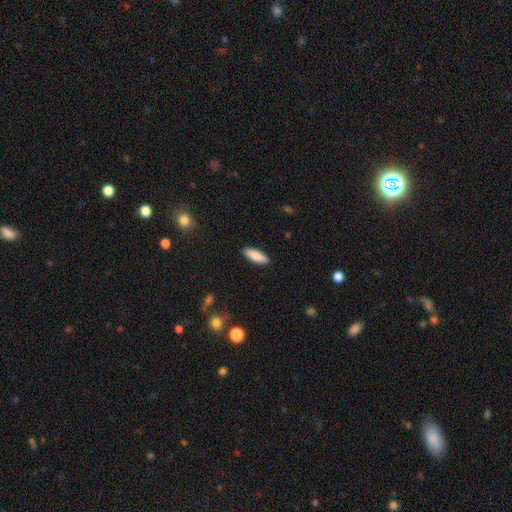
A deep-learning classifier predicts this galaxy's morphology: This appears to be a smooth galaxy with no disk features (87%) that is in between round and cigar-shaped (58%). Merging: none (90%).